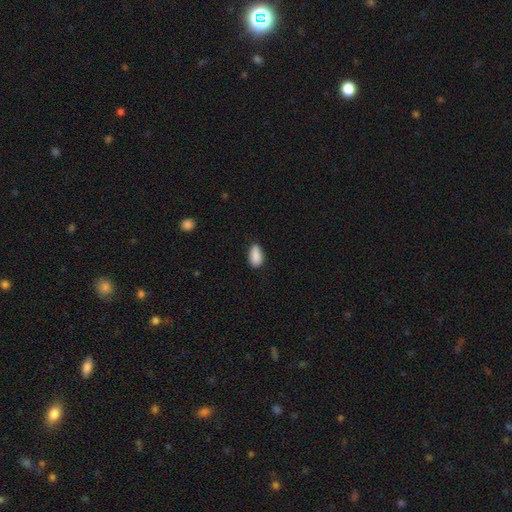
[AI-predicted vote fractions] A smooth galaxy with no disk features (88%) that is in between round and cigar-shaped (89%). Merging: none (72%).